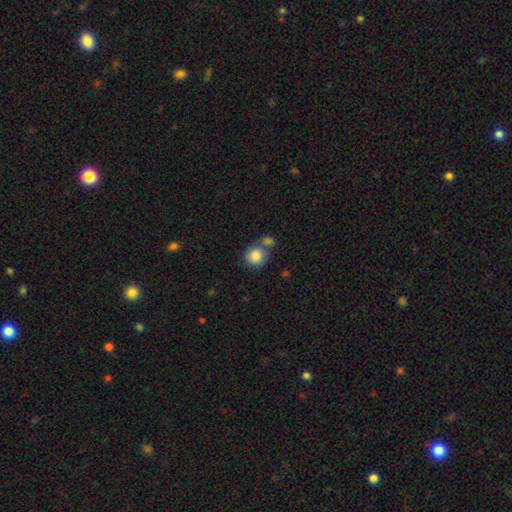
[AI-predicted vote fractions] smooth-or-featured: smooth: 86% | star or artifact: 8% | featured or disk: 7%
  how-rounded: round: 87% | in between: 12% | cigar-shaped: 1%
  merging: none: 53% | merger: 31% | minor disturbance: 12% | major disturbance: 4%